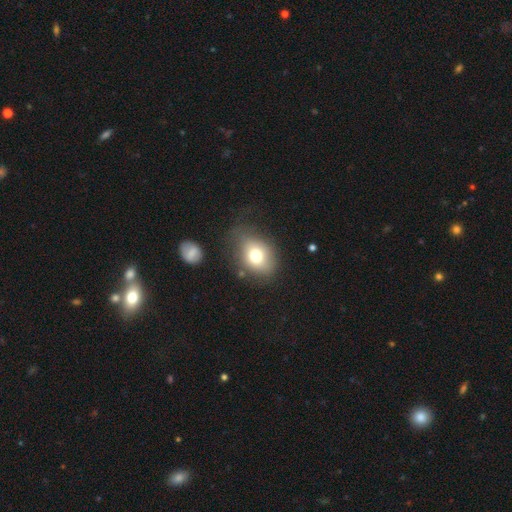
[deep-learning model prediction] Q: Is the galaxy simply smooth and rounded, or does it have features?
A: smooth — 73%.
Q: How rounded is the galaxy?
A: in between — 58%.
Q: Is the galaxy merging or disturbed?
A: none — 57%.